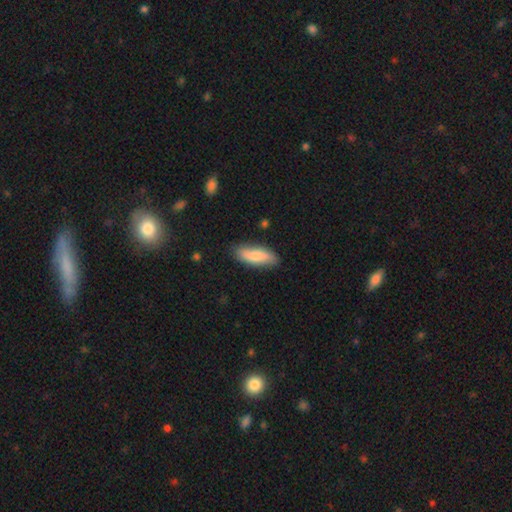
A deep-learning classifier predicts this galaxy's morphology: This is likely a smooth galaxy (78%). How rounded: likely in between (65%). Merging: clearly none (82%).